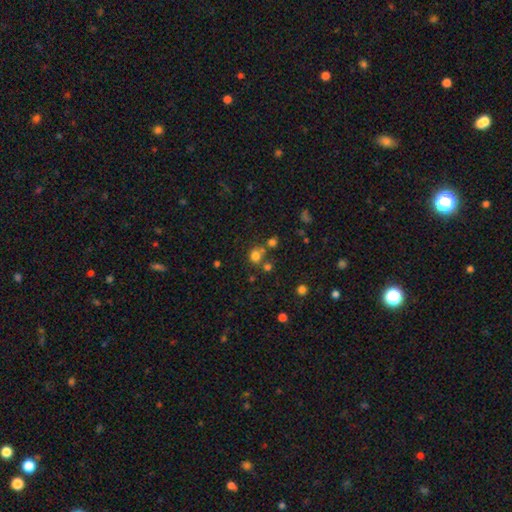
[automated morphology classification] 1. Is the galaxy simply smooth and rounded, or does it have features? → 74% smooth, 19% star or artifact, 8% featured or disk.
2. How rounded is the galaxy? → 76% round, 22% in between, 1% cigar-shaped.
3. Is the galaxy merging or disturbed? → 57% none, 27% merger, 11% minor disturbance, 5% major disturbance.